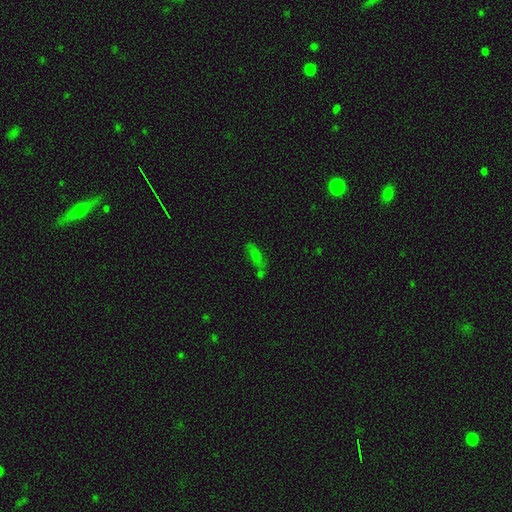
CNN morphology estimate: type=smooth (63%); roundness=in between (64%); merging=none (49%).